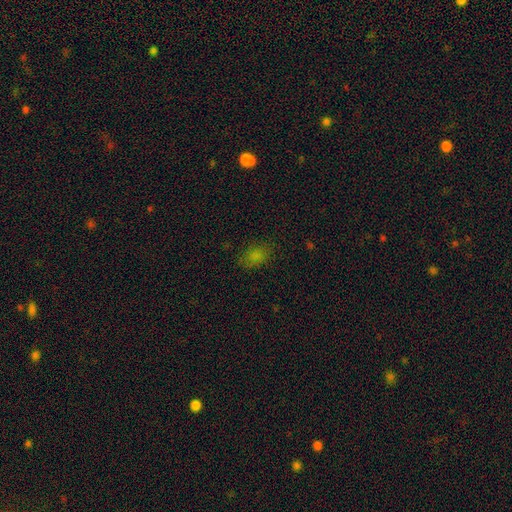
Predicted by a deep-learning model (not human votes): A smooth galaxy with no disk features (77%) that is in between round and cigar-shaped (79%). Merging: none (76%).